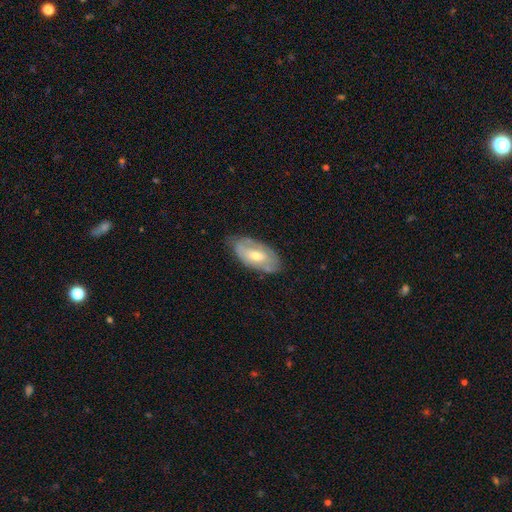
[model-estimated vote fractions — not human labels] Morphology: type=featured or disk (54%); edge-on=no (89%); merging=none (67%).